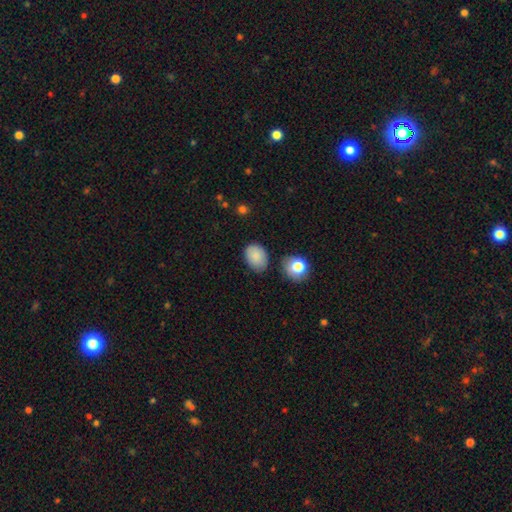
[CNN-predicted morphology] smooth_or_featured: smooth (p=0.86) [alt: star or artifact p=0.08]
how_rounded: in between (p=0.77) [alt: round p=0.22]
merging: none (p=0.74) [alt: minor disturbance p=0.19]